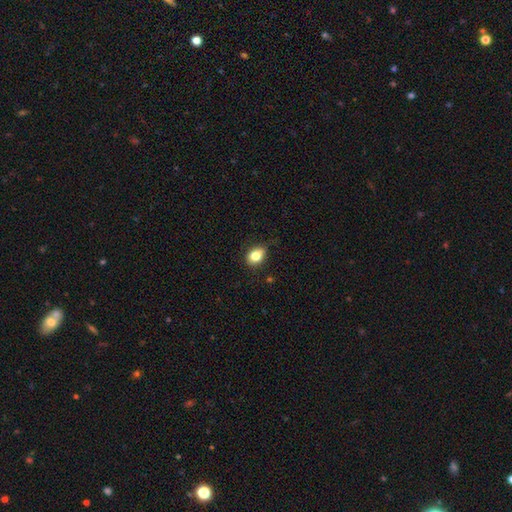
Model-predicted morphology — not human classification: A smooth galaxy with no disk features (80%) that is in between round and cigar-shaped (63%).

Vote fractions:
- Smooth or featured? smooth: 80% / featured or disk: 10% / star or artifact: 10%
- How rounded? in between: 63% / round: 36% / cigar-shaped: 1%
- Merging? none: 77% / minor disturbance: 18% / major disturbance: 3% / merger: 1%